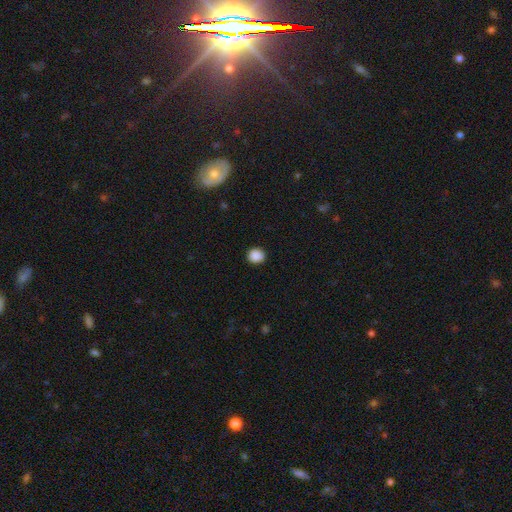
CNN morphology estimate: A smooth galaxy with no disk features (89%) that is round (85%). Merging: none (91%).